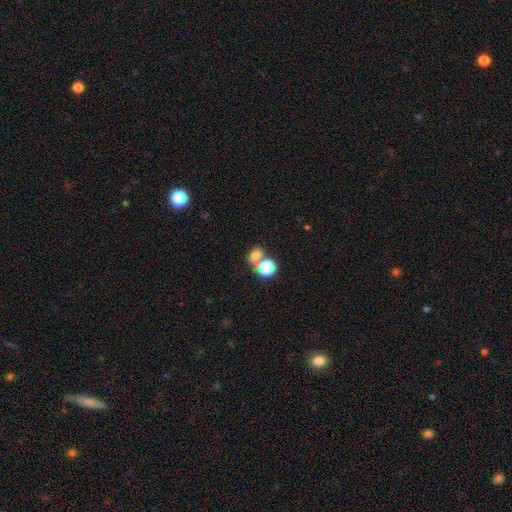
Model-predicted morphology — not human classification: Smooth or featured? Predicted: smooth (p=0.72). How rounded? Predicted: round (p=0.61). Merging? Predicted: none (p=0.45).